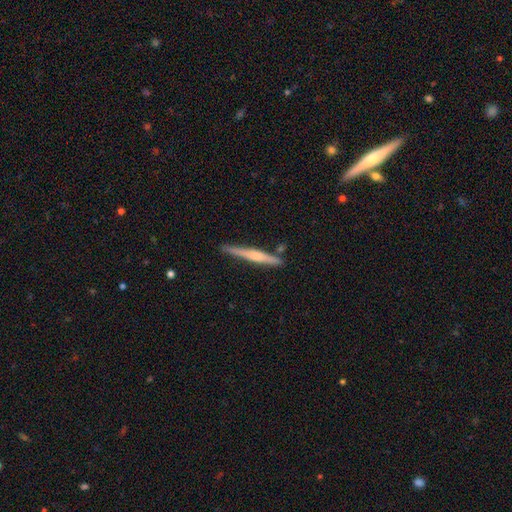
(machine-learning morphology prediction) This is possibly a featured or disk galaxy (55%). It is clearly viewed edge-on (97%). Edge-on bulge: possibly rounded (56%). Merging: clearly none (83%).